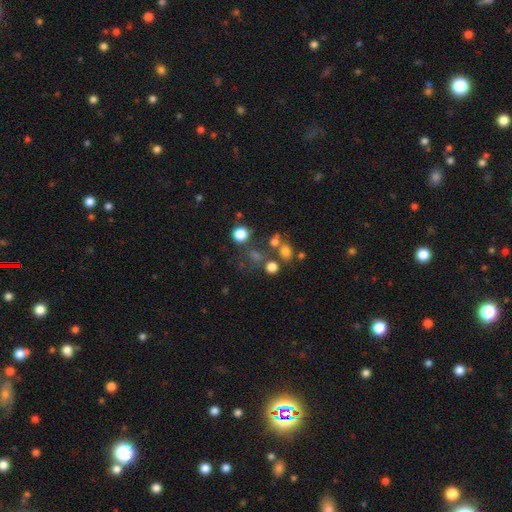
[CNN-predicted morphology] Q: Smooth or featured?
A: smooth (44%); runner-up: star or artifact (42%)
Q: Merging?
A: none (60%); runner-up: merger (22%)